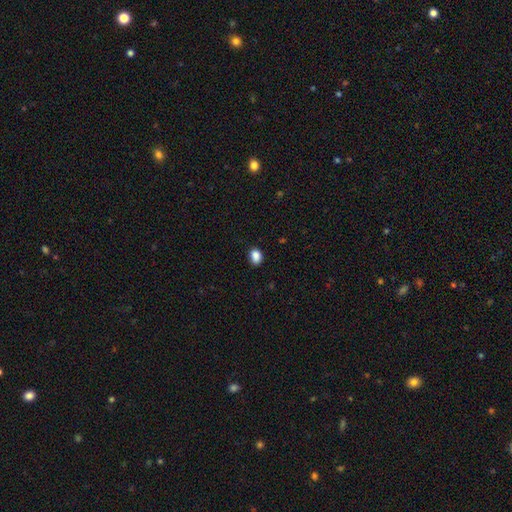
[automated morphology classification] type=smooth (87%); roundness=in between (68%); merging=none (80%).